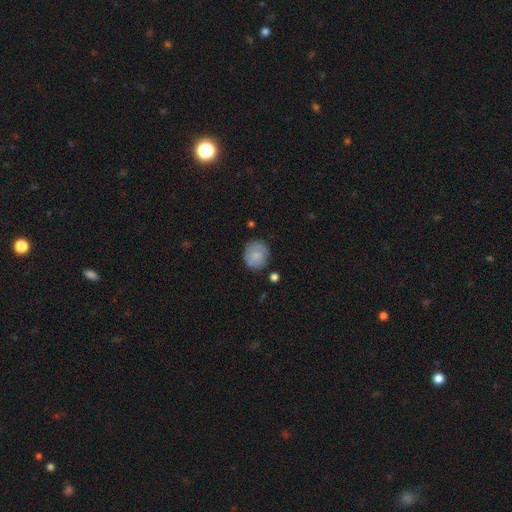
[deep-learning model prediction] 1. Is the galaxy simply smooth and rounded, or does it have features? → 78% smooth, 14% featured or disk, 7% star or artifact.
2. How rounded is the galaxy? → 81% round, 18% in between, 1% cigar-shaped.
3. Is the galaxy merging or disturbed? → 74% none, 18% minor disturbance, 5% major disturbance, 3% merger.